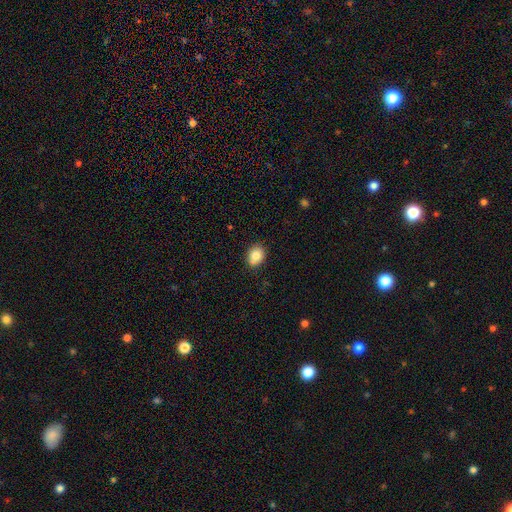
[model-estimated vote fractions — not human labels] smooth-or-featured: smooth: 82% | featured or disk: 9% | star or artifact: 9%
  how-rounded: in between: 50% | round: 49% | cigar-shaped: 1%
  merging: none: 78% | minor disturbance: 14% | merger: 6% | major disturbance: 3%